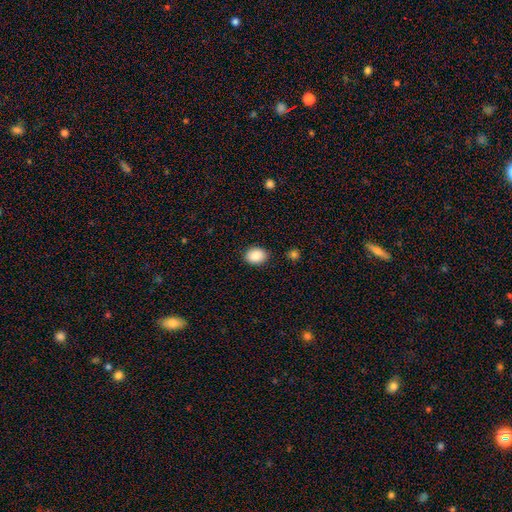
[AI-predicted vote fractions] A smooth galaxy with no disk features (88%) that is in between round and cigar-shaped (67%). Merging: none (88%).